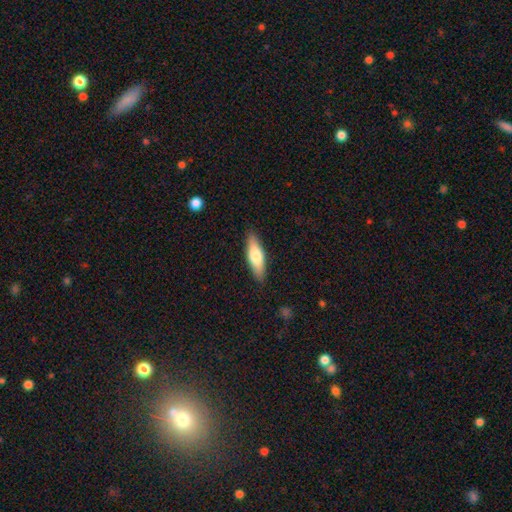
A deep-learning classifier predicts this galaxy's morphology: Smooth or featured: smooth — 68% (featured or disk — 26%)
How rounded: cigar-shaped — 54% (in between — 45%)
Merging: none — 88% (minor disturbance — 9%)